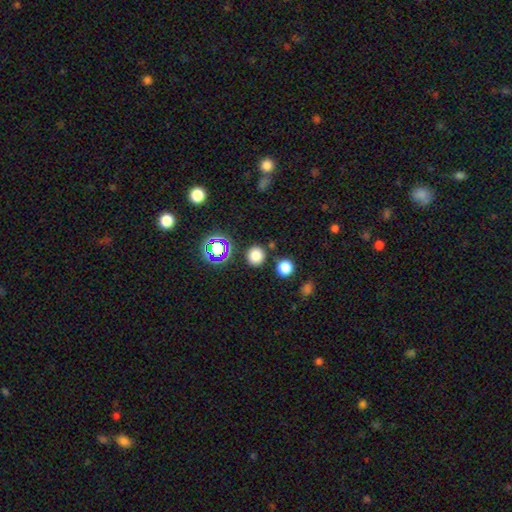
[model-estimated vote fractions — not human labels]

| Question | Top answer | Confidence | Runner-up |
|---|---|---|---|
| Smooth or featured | smooth | 77% | star or artifact (18%) |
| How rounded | round | 89% | in between (10%) |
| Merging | none | 85% | minor disturbance (7%) |